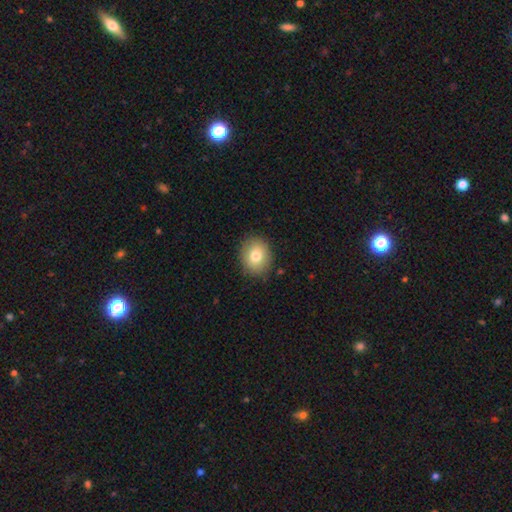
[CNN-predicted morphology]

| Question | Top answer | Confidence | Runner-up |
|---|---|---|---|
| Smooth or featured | smooth | 78% | featured or disk (13%) |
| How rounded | round | 63% | in between (36%) |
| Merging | none | 86% | minor disturbance (10%) |